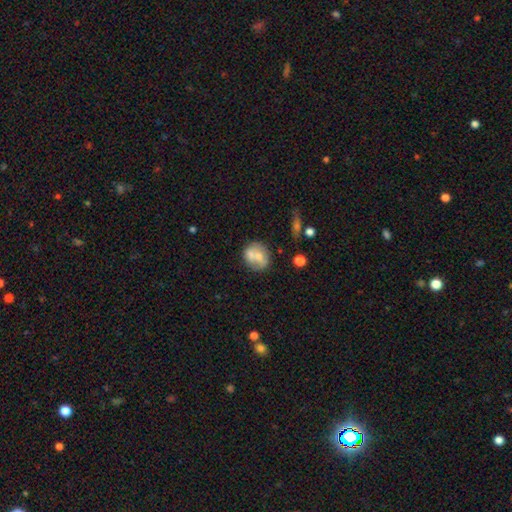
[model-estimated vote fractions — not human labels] smooth 62%, featured or disk 30%, star or artifact 8%. Down the decision tree: how rounded — round (70%); merging — merger (43%).